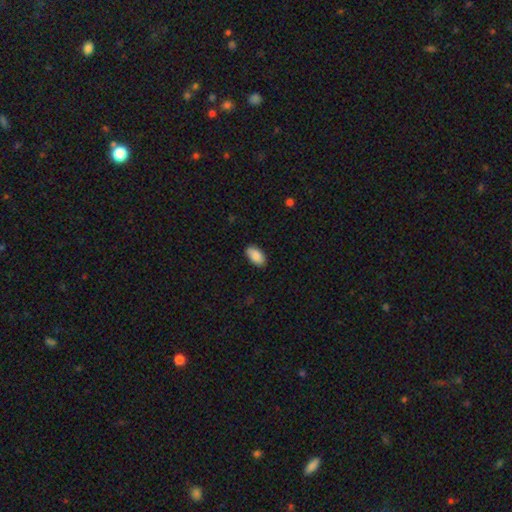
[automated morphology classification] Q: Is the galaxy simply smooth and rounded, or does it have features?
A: smooth — 89%.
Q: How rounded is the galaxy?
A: in between — 95%.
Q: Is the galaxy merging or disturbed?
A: none — 85%.